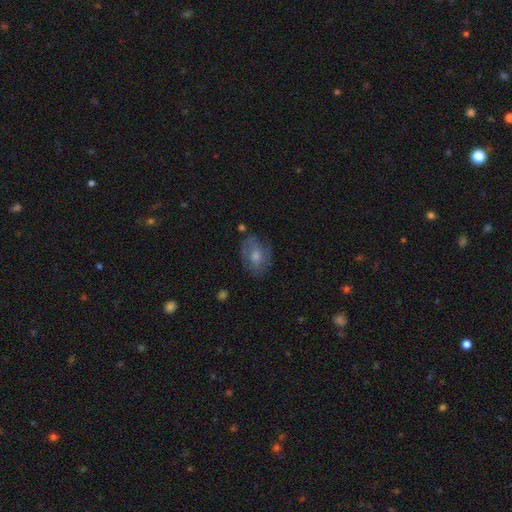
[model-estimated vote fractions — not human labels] Smooth or featured: featured or disk — 46% (smooth — 40%)
Merging: none — 73% (minor disturbance — 18%)